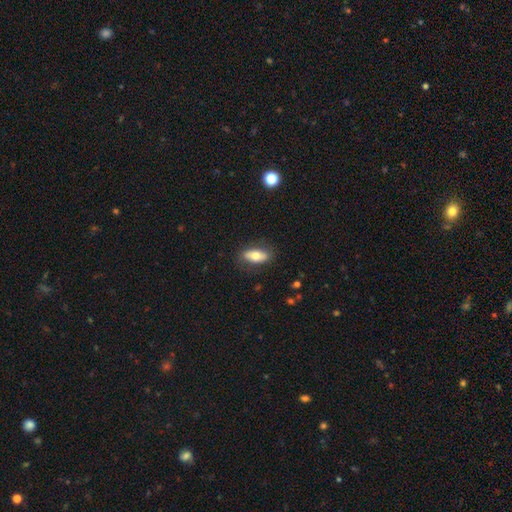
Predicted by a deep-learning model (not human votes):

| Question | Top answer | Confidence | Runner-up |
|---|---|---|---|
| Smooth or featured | smooth | 69% | featured or disk (24%) |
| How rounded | in between | 83% | cigar-shaped (13%) |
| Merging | none | 81% | minor disturbance (13%) |